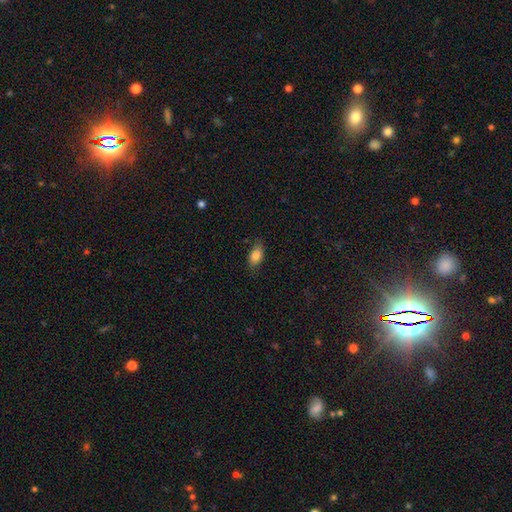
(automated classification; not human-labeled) Overall: smooth (83%). How rounded: in between (88%). Merging: none (79%).